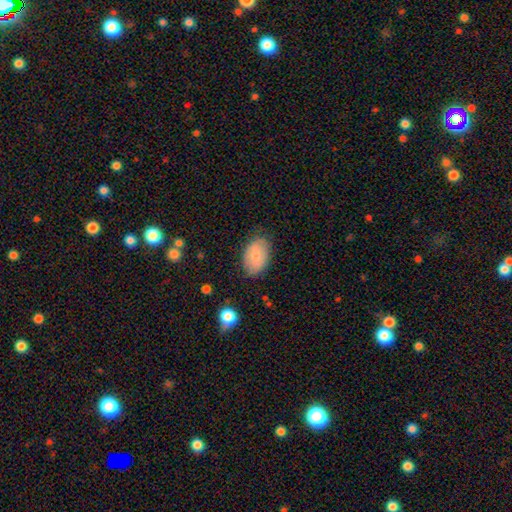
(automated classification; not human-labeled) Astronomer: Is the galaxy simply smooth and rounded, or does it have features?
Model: smooth — 79%.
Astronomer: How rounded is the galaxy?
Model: in between — 91%.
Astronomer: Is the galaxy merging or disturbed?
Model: none — 80%.